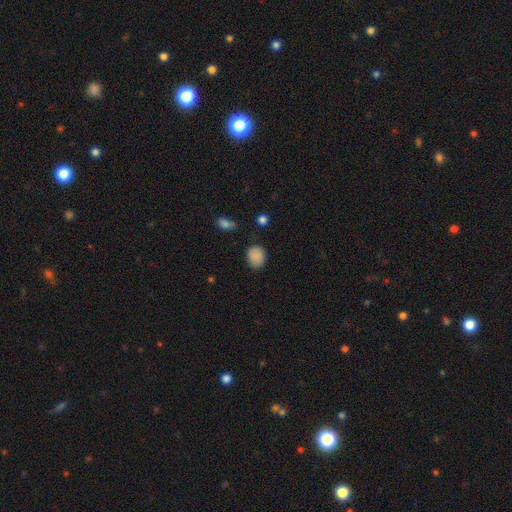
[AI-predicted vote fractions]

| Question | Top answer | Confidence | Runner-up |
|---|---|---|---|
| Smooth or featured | smooth | 86% | star or artifact (9%) |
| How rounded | round | 56% | in between (43%) |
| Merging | none | 79% | minor disturbance (15%) |